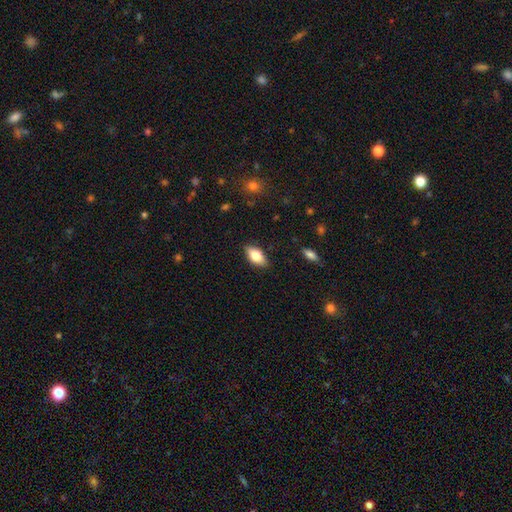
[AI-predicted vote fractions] Overall: smooth (76%). How rounded: in between (89%). Merging: none (86%).